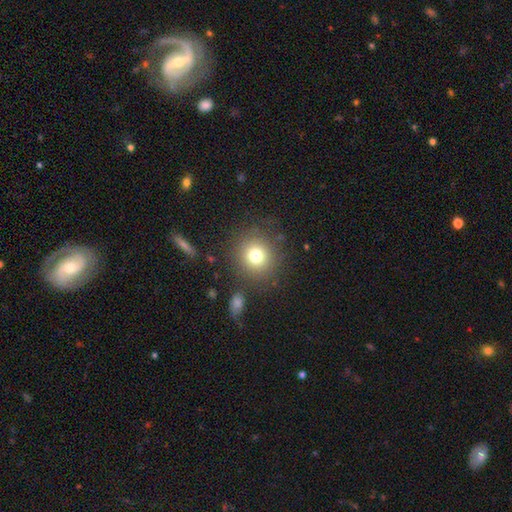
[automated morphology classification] A smooth galaxy with no disk features (76%) that is round (89%). Merging: none (82%).